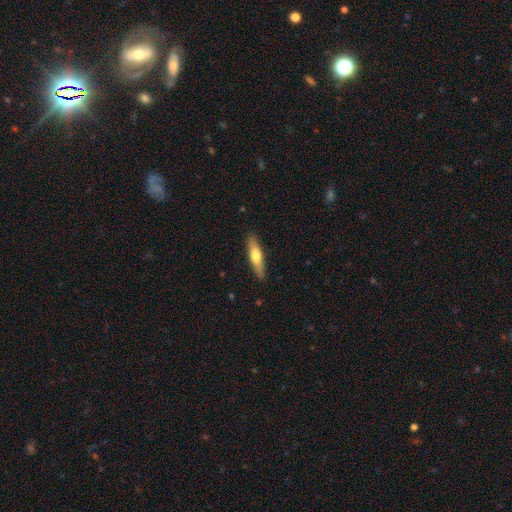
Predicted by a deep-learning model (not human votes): smooth 52%, featured or disk 42%, star or artifact 6%. Down the decision tree: how rounded — cigar-shaped (76%); merging — none (89%).